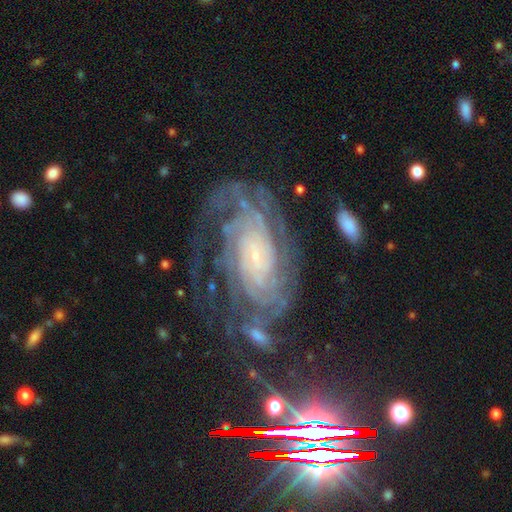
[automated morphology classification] Smooth or featured: featured or disk — 85% (star or artifact — 9%)
Edge-on disk: no — 96% (yes — 4%)
Bar: no — 67% (weak — 23%)
Spiral arms: yes — 97% (no — 3%)
Spiral winding: tight — 72% (medium — 23%)
Spiral arm count: can't tell — 32% (2 — 21%)
Bulge size: small — 71% (none — 12%)
Merging: none — 64% (minor disturbance — 19%)